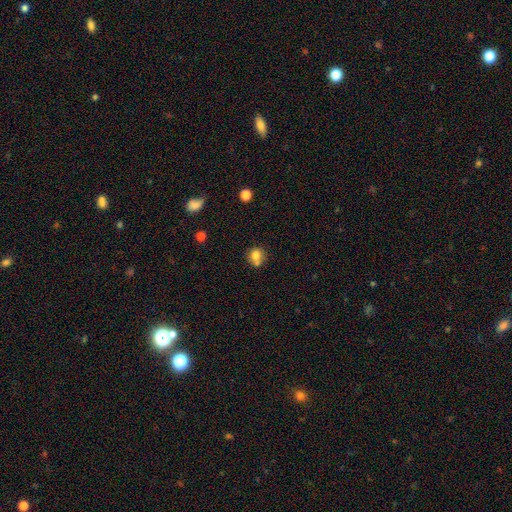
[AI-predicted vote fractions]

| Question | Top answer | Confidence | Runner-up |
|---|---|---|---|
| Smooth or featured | smooth | 76% | featured or disk (12%) |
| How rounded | round | 84% | in between (15%) |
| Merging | none | 53% | merger (31%) |